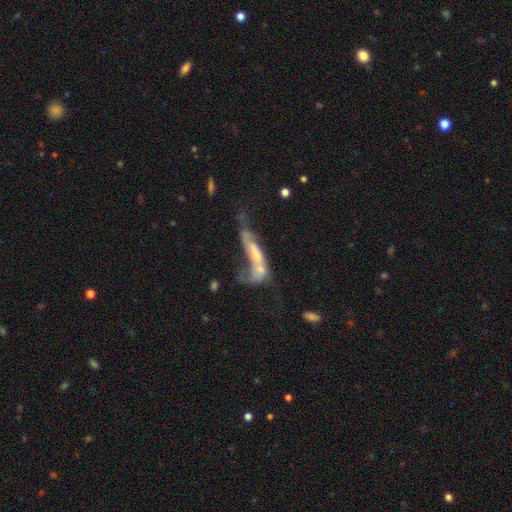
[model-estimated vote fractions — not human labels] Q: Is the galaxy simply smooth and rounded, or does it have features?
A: featured or disk — 56%.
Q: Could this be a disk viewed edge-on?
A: no — 80%.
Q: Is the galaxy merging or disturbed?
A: merger — 56%.